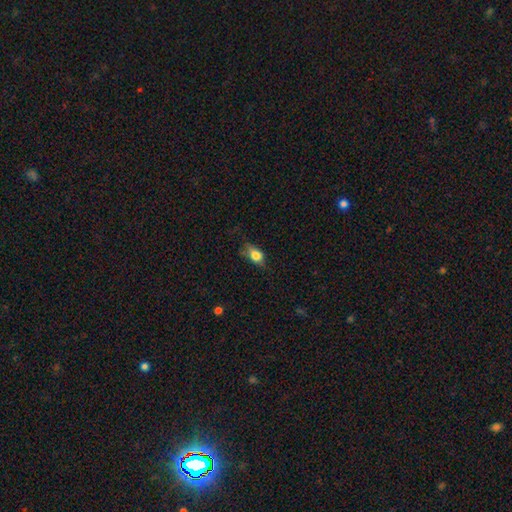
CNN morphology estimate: A smooth galaxy with no disk features (77%) that is in between round and cigar-shaped (79%). Merging: none (56%).